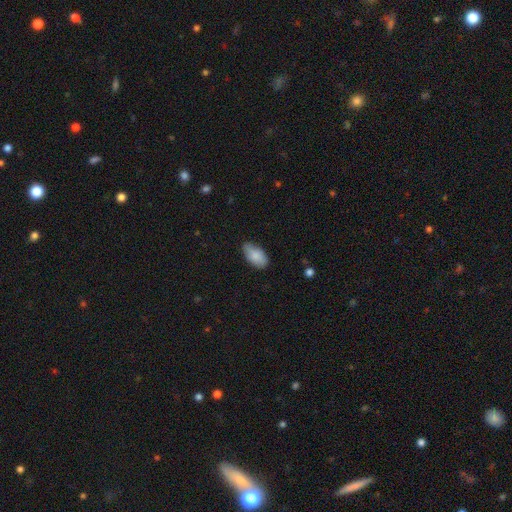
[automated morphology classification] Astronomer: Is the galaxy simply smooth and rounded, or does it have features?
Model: smooth — 84%.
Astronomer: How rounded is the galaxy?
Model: in between — 94%.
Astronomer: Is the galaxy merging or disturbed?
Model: none — 72%.